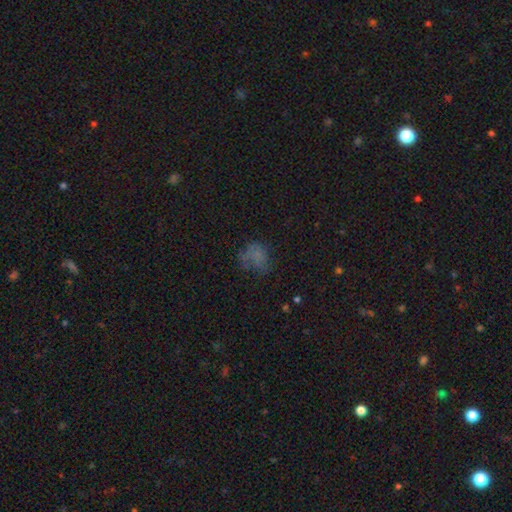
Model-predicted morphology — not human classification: smooth_or_featured: smooth (p=0.56) [alt: star or artifact p=0.22]
how_rounded: round (p=0.54) [alt: in between p=0.44]
merging: none (p=0.44) [alt: major disturbance p=0.27]